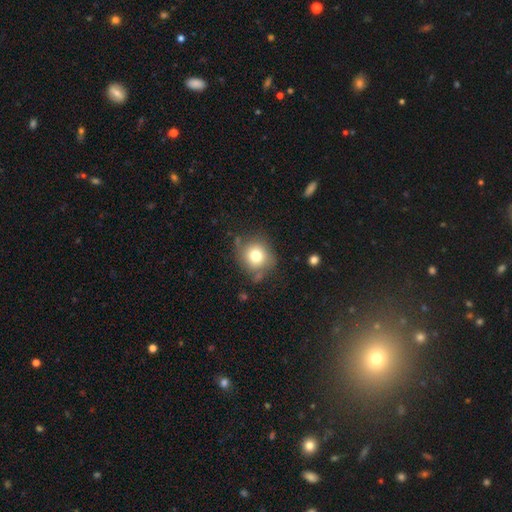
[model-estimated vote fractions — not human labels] Overall: smooth (75%). How rounded: round (86%). Merging: none (72%).